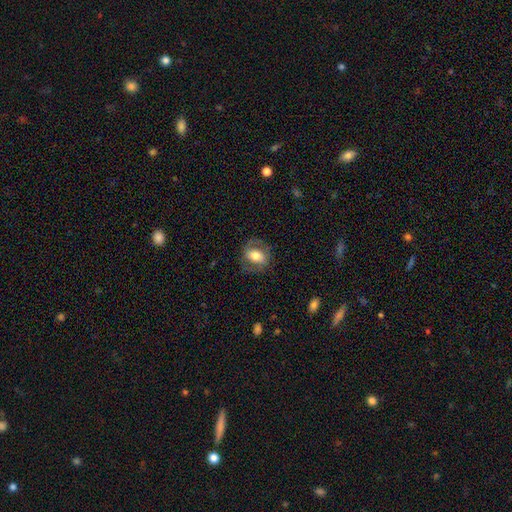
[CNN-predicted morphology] A smooth galaxy with no disk features (52%) that is in between round and cigar-shaped (65%).

Vote fractions:
- Smooth or featured? smooth: 52% / featured or disk: 41% / star or artifact: 7%
- How rounded? in between: 65% / round: 33% / cigar-shaped: 2%
- Merging? none: 73% / minor disturbance: 15% / major disturbance: 11% / merger: 1%